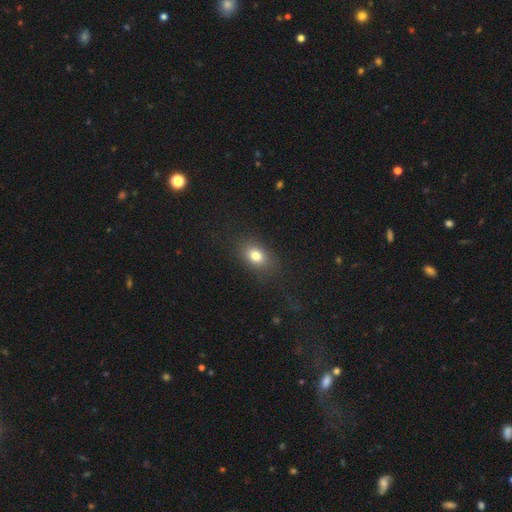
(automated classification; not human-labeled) A smooth galaxy with no disk features (79%) that is in between round and cigar-shaped (74%).

Vote fractions:
- Smooth or featured? smooth: 79% / star or artifact: 11% / featured or disk: 10%
- How rounded? in between: 74% / round: 24% / cigar-shaped: 2%
- Merging? none: 81% / minor disturbance: 12% / major disturbance: 6% / merger: 1%